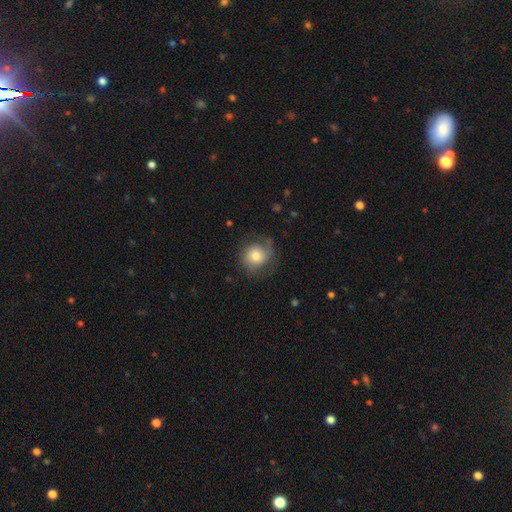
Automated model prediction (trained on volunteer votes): smooth_or_featured: smooth (p=0.67) [alt: featured or disk p=0.24]
how_rounded: round (p=0.84) [alt: in between p=0.15]
merging: none (p=0.64) [alt: minor disturbance p=0.22]